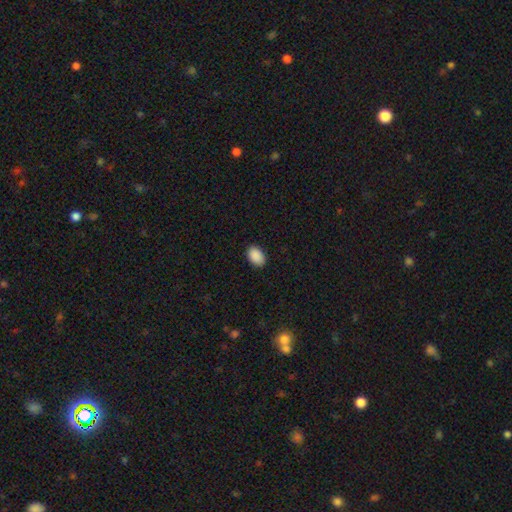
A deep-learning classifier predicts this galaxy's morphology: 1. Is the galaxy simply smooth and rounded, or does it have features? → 90% smooth, 7% star or artifact, 2% featured or disk.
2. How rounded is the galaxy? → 88% in between, 11% round, 1% cigar-shaped.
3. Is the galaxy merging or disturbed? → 88% none, 9% minor disturbance, 2% major disturbance, 1% merger.